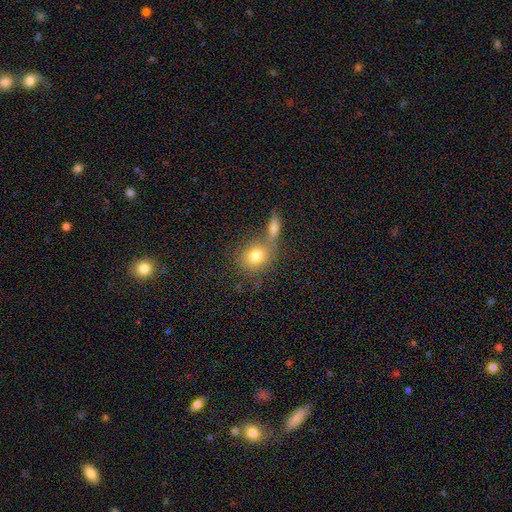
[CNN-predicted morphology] Overall: smooth (78%). How rounded: round (61%; in between 38%). Merging: none (46%; merger 39%).